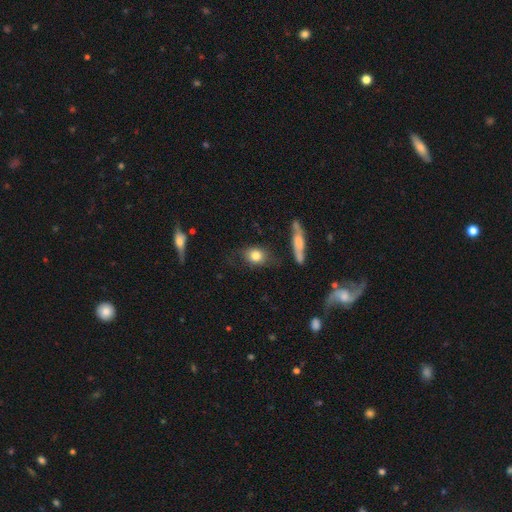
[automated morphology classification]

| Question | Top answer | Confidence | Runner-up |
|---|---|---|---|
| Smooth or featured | smooth | 79% | featured or disk (13%) |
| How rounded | in between | 54% | round (41%) |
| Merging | none | 70% | minor disturbance (20%) |